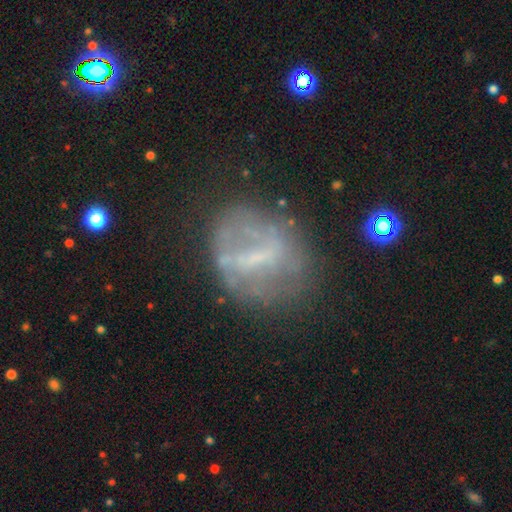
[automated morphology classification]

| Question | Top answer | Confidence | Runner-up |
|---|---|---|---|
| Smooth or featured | featured or disk | 60% | smooth (27%) |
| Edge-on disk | no | 95% | yes (5%) |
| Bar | strong | 37% | weak (36%) |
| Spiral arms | no | 70% | yes (30%) |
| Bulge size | none | 47% | small (35%) |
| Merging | none | 57% | minor disturbance (21%) |